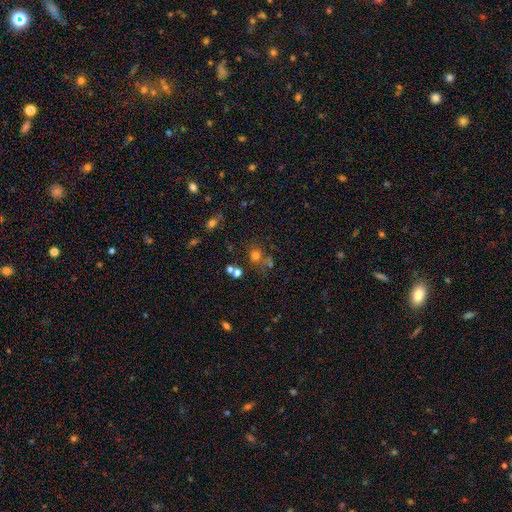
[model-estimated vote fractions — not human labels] Q: Smooth or featured?
A: smooth (65%); runner-up: star or artifact (24%)
Q: How rounded?
A: round (82%); runner-up: in between (17%)
Q: Merging?
A: none (61%); runner-up: merger (20%)